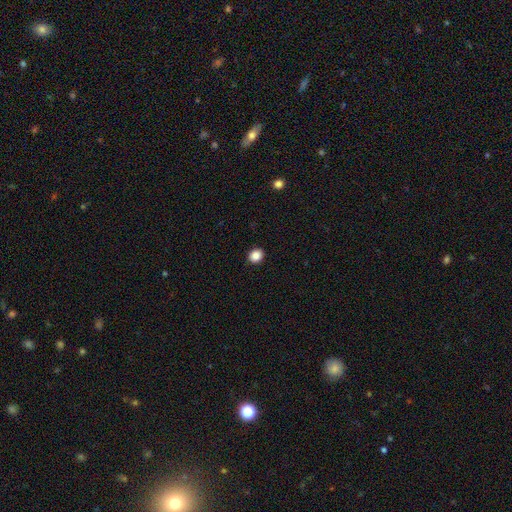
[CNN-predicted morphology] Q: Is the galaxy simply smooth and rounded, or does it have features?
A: smooth — 87%.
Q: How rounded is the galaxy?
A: round — 69%.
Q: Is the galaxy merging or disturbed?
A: none — 92%.